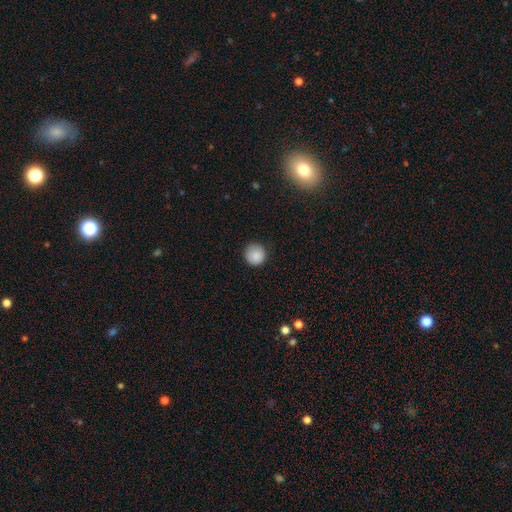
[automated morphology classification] A smooth galaxy with no disk features (87%) that is round (95%). Merging: none (86%).